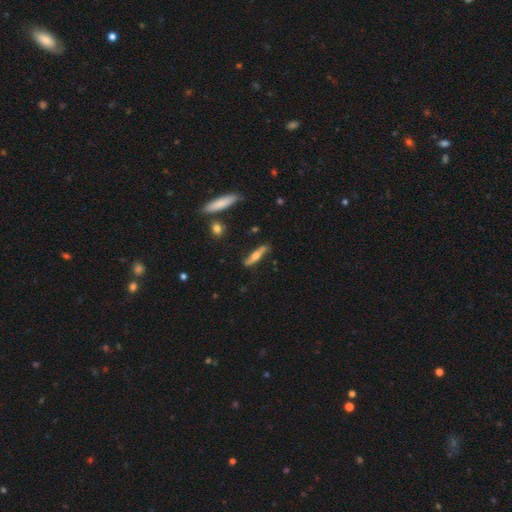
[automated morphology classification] smooth_or_featured: featured or disk (p=0.51) [alt: smooth p=0.43]
disk_edge_on: yes (p=0.78) [alt: no p=0.22]
merging: none (p=0.78) [alt: minor disturbance p=0.16]